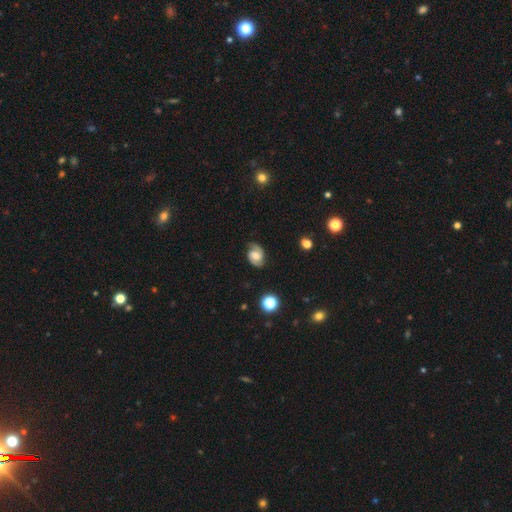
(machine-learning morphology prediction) This is likely a featured or disk galaxy (69%). It is clearly not viewed edge-on (97%). Bar: possibly no (53%). Spiral arm pattern: clearly yes (93%). Spiral arm count: clearly 2 (87%). Spiral winding: possibly medium (48%). Central bulge: possibly moderate (59%). Merging: likely none (77%).